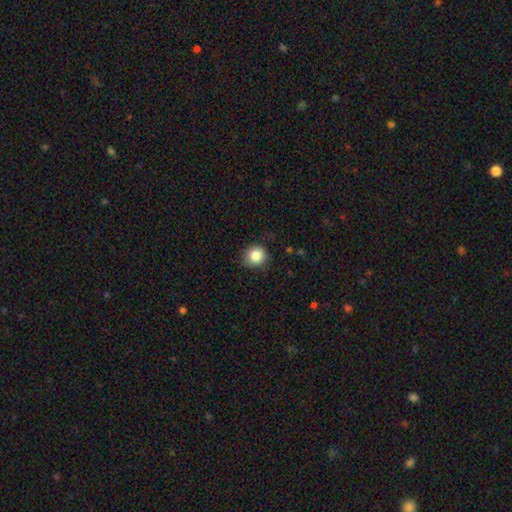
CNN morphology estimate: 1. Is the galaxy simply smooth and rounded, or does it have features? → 85% smooth, 10% star or artifact, 5% featured or disk.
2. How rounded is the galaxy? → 87% round, 12% in between, 1% cigar-shaped.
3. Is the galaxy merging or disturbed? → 84% none, 12% minor disturbance, 3% major disturbance, 1% merger.